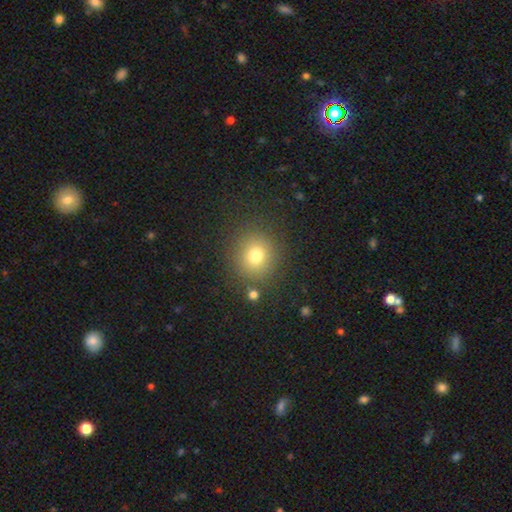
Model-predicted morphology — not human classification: A smooth galaxy with no disk features (75%) that is round (88%). Merging: none (85%).